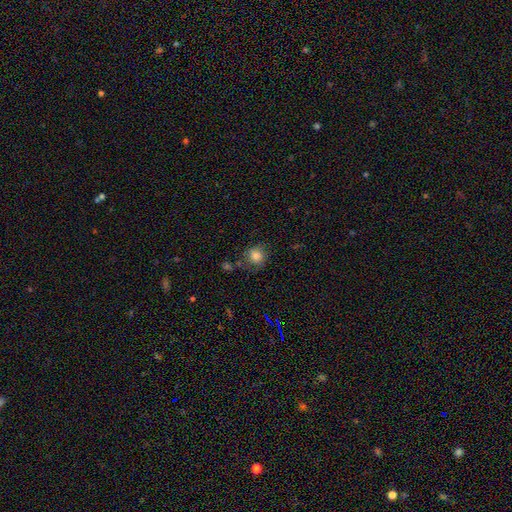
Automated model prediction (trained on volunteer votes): Q: Smooth or featured?
A: smooth (79%); runner-up: star or artifact (11%)
Q: How rounded?
A: round (83%); runner-up: in between (16%)
Q: Merging?
A: none (66%); runner-up: minor disturbance (21%)